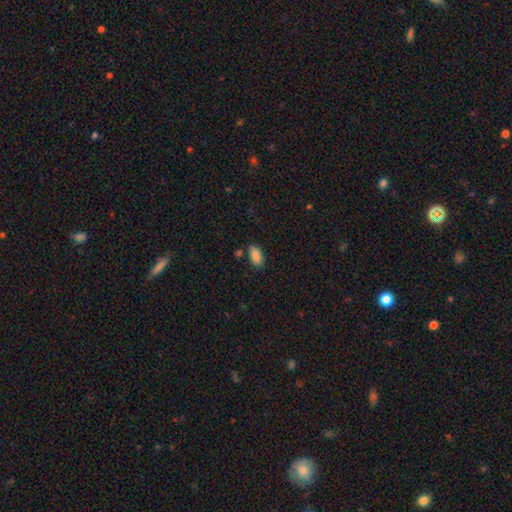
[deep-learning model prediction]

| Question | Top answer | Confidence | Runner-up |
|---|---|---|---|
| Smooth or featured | smooth | 86% | star or artifact (7%) |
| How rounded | in between | 93% | cigar-shaped (5%) |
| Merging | none | 79% | minor disturbance (14%) |